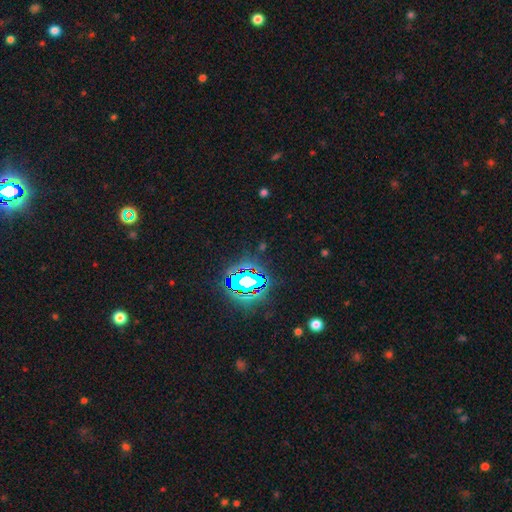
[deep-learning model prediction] Smooth or featured?
  - star or artifact: 80% *
  - smooth: 12%
  - featured or disk: 8%